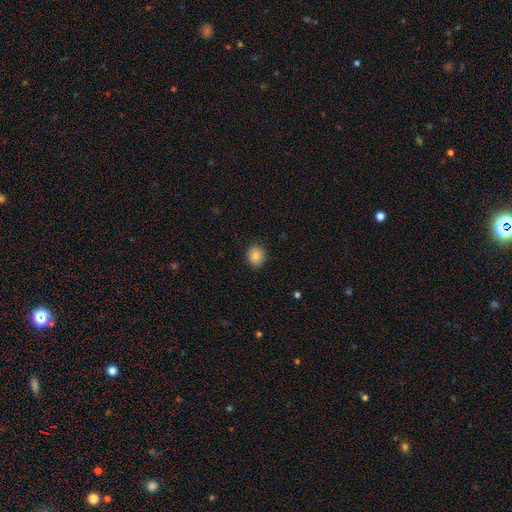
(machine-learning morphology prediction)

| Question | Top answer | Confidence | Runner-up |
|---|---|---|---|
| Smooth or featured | smooth | 85% | star or artifact (9%) |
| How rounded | round | 74% | in between (25%) |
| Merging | none | 88% | minor disturbance (9%) |